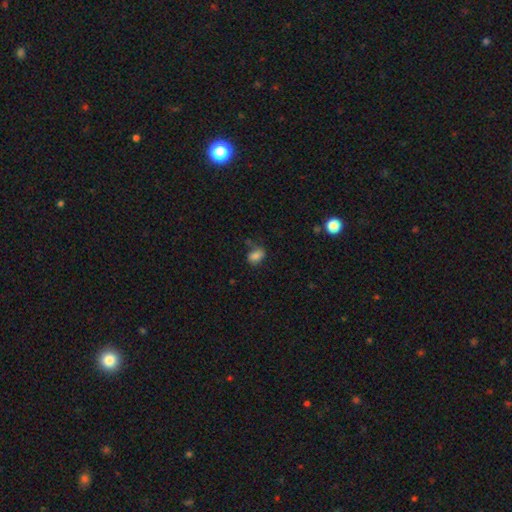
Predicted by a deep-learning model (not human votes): Smooth or featured: smooth — 81% (star or artifact — 12%)
How rounded: in between — 79% (round — 20%)
Merging: none — 57% (minor disturbance — 26%)